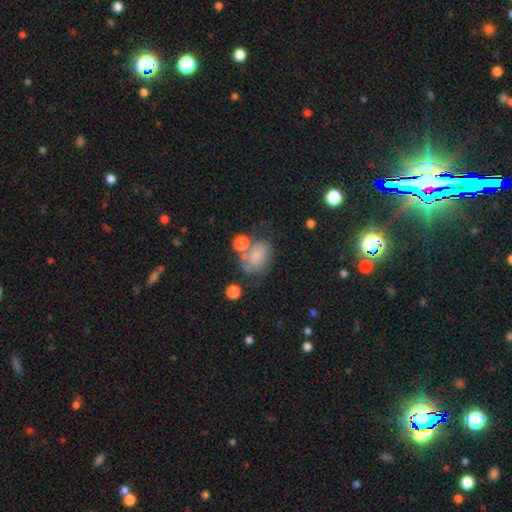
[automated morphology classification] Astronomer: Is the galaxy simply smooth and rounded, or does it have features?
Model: smooth — 67%.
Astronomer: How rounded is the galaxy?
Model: in between — 75%.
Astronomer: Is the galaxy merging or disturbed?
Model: none — 41% (runner-up: minor disturbance, 25%).